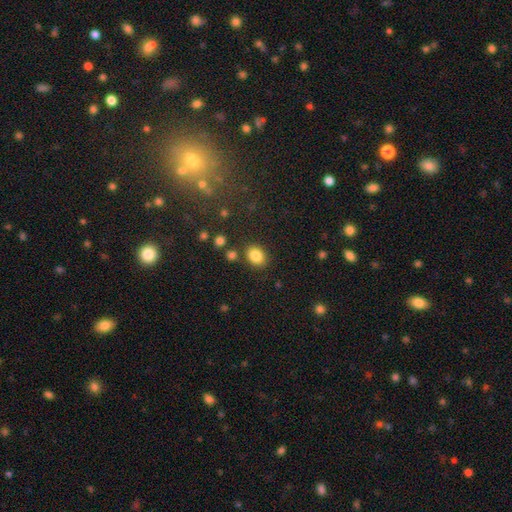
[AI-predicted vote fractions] Smooth or featured? Predicted: smooth (p=0.85). How rounded? Predicted: in between (p=0.55). Merging? Predicted: none (p=0.82).